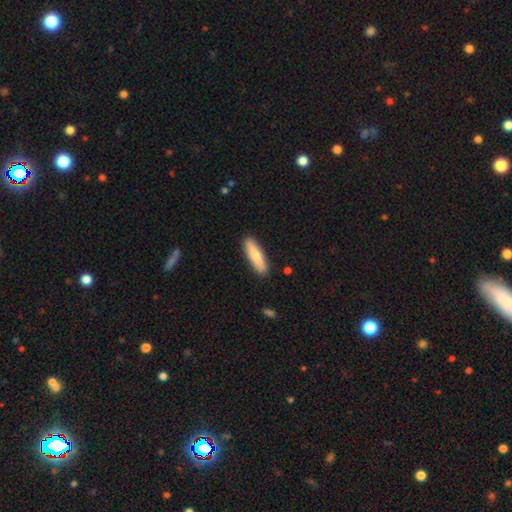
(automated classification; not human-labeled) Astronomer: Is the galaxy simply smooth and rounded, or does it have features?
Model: smooth — 77%.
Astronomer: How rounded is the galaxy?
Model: cigar-shaped — 70%.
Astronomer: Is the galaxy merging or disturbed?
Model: none — 89%.